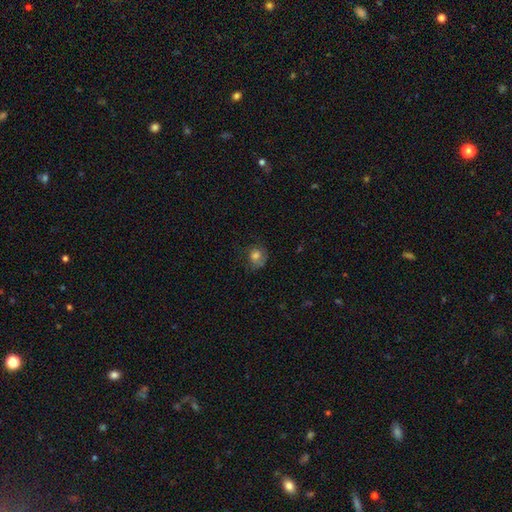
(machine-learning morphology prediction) Smooth or featured? smooth (71%)
How rounded? round (72%)
Merging? none (53%)